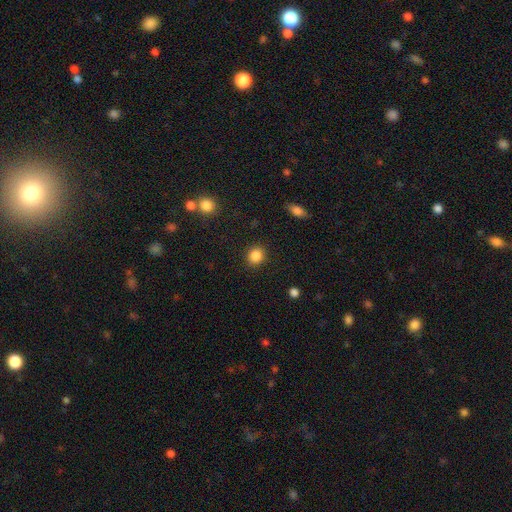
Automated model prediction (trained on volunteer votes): The model was most divided on "how rounded": round: 79%, in between: 20%, cigar-shaped: 1%. More confident: merging — none (89%); smooth or featured — smooth (87%).